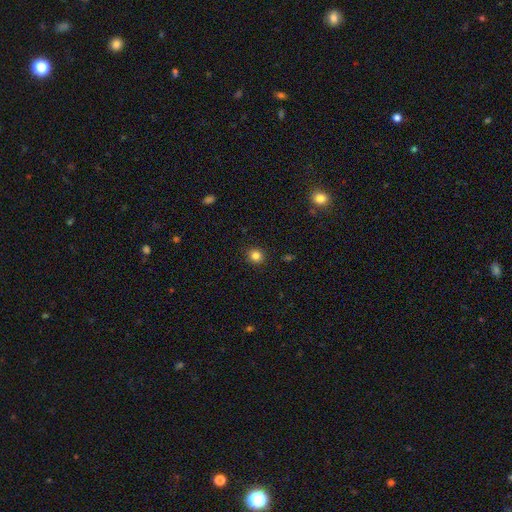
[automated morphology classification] Smooth or featured? smooth (84%)
How rounded? round (90%)
Merging? none (91%)